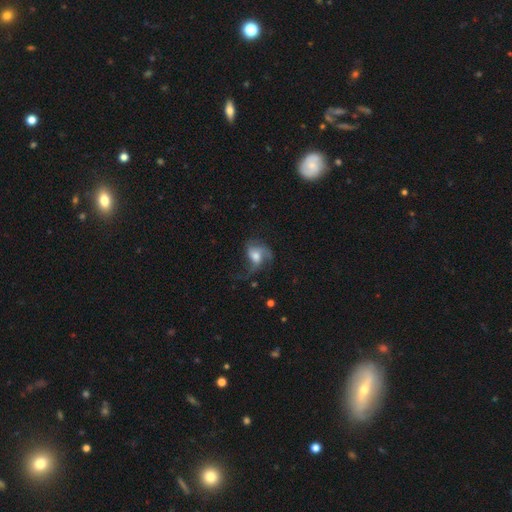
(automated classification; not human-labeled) smooth-or-featured: featured or disk: 65% | smooth: 27% | star or artifact: 8%
  disk-edge-on: no: 97% | yes: 3%
    bar: no: 62% | weak: 31% | strong: 7%
    has-spiral-arms: yes: 85% | no: 15%
      spiral-winding: loose: 52% | medium: 37% | tight: 11%
      spiral-arm-count: 2: 31% | 3: 28% | 1: 17% | can't tell: 14% | 4: 5% | more than 4: 4%
    bulge-size: moderate: 55% | large: 21% | small: 16% | none: 5% | dominant: 3%
  merging: major disturbance: 42% | none: 35% | minor disturbance: 20% | merger: 3%